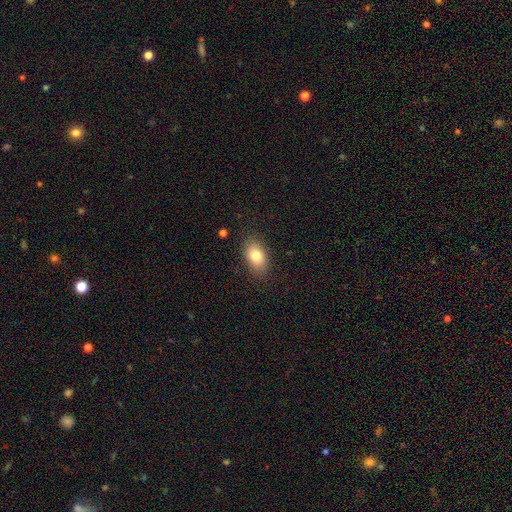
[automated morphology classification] Smooth or featured? Predicted: smooth (p=0.80). How rounded? Predicted: in between (p=0.85). Merging? Predicted: none (p=0.84).